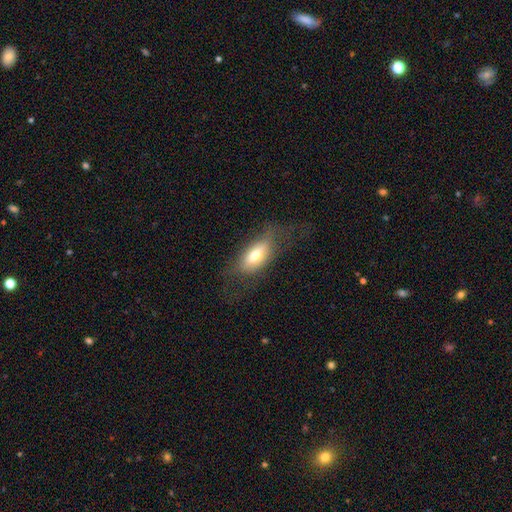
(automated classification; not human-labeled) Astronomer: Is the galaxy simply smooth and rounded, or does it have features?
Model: smooth — 64%.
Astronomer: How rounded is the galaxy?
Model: in between — 84%.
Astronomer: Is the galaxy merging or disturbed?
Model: none — 59%.